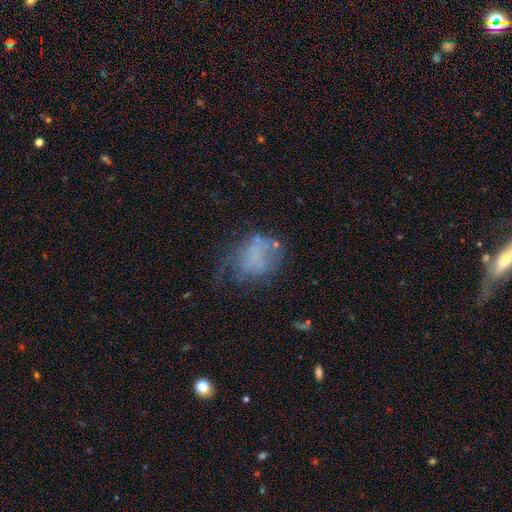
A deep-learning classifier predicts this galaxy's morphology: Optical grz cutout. It shows a smooth galaxy with no disk features (48%). Merging: none (35%).